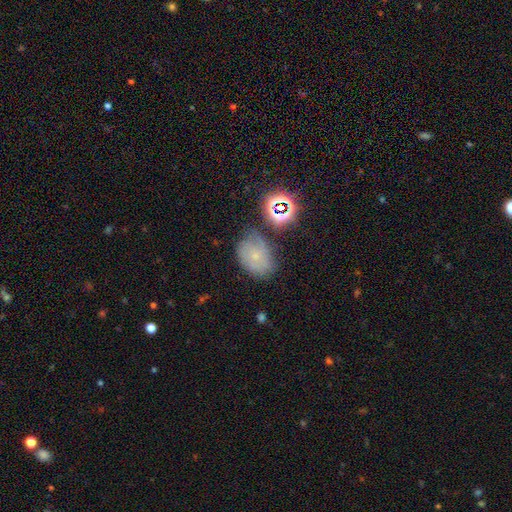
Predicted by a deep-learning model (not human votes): Smooth or featured? Predicted: smooth (p=0.44). Merging? Predicted: none (p=0.62).